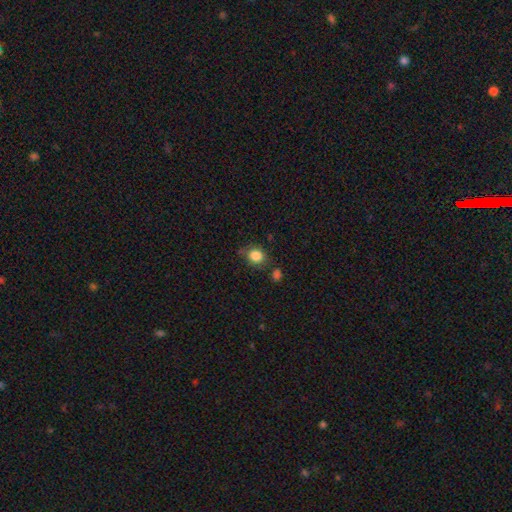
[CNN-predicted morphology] A smooth galaxy with no disk features (84%) that is round (75%). Merging: none (72%).